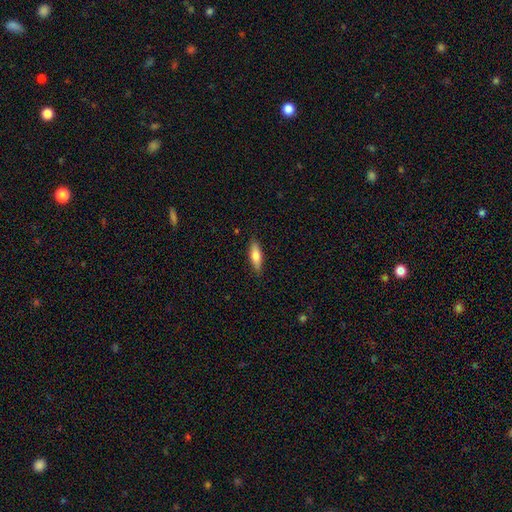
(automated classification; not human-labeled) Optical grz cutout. It shows a smooth galaxy with no disk features (69%) that is in between round and cigar-shaped (49%, tied with cigar-shaped). Merging: none (87%).